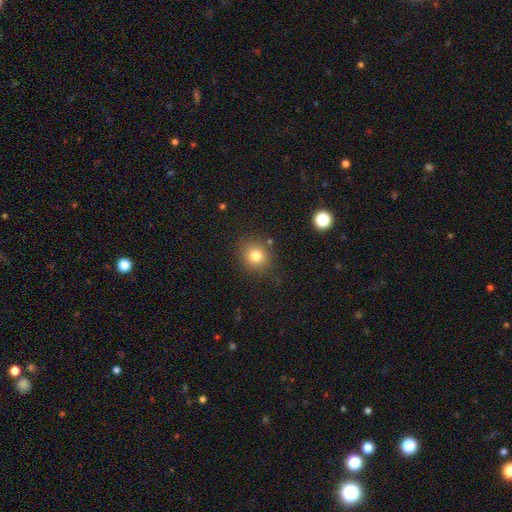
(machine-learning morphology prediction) Smooth or featured? smooth (80%)
How rounded? round (82%)
Merging? none (83%)